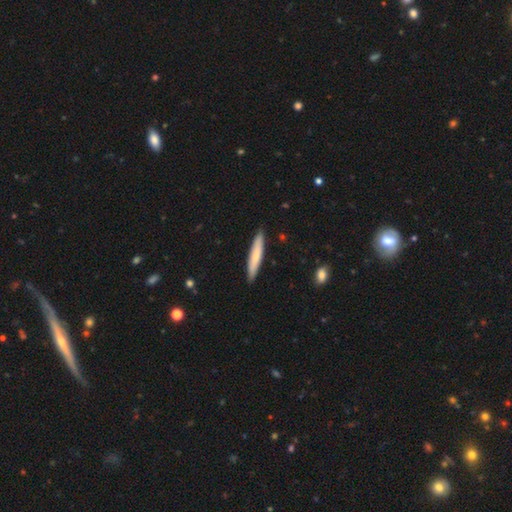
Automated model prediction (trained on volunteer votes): This is likely a smooth galaxy (70%). How rounded: clearly cigar-shaped (92%). Merging: clearly none (89%).